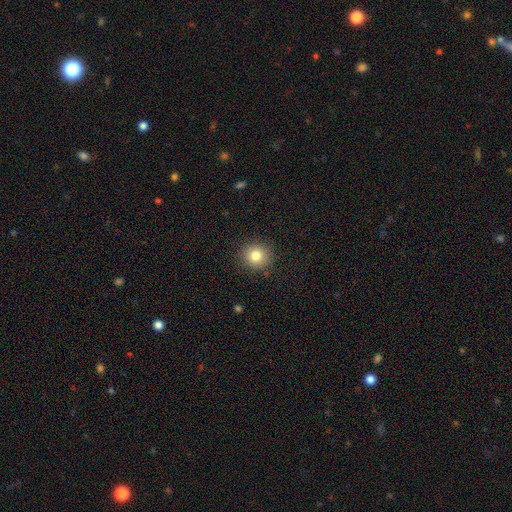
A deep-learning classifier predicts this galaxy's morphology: This is clearly a smooth galaxy (81%). How rounded: clearly round (89%). Merging: clearly none (89%).